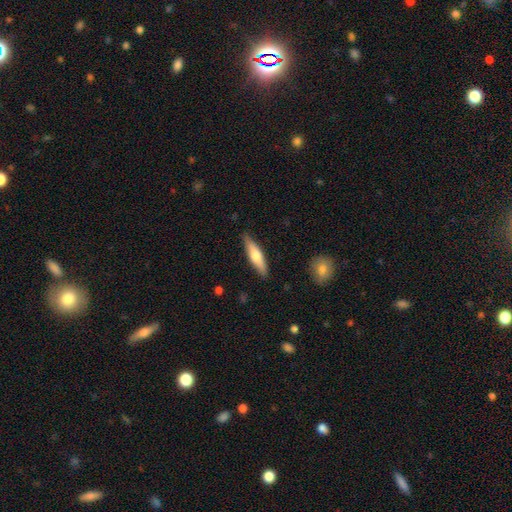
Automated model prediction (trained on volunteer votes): Smooth or featured: smooth — 56% (featured or disk — 39%)
How rounded: cigar-shaped — 72% (in between — 26%)
Merging: none — 87% (minor disturbance — 10%)